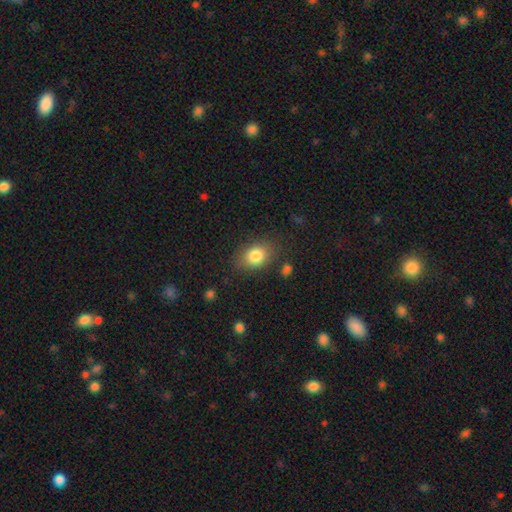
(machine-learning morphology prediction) This appears to be a smooth galaxy with no disk features (83%) that is in between round and cigar-shaped (71%). Merging: none (78%).